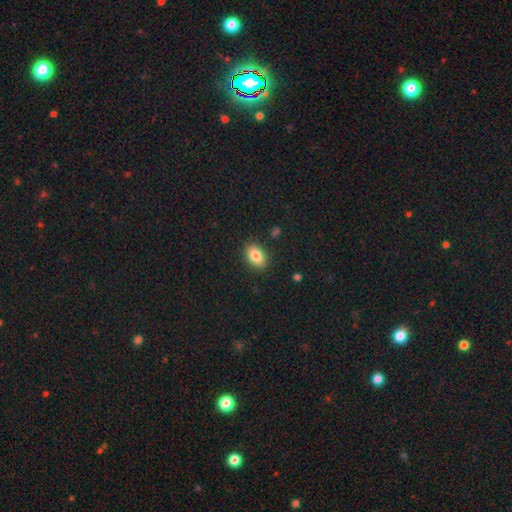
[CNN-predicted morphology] A smooth galaxy with no disk features (83%) that is in between round and cigar-shaped (85%).

Vote fractions:
- Smooth or featured? smooth: 83% / featured or disk: 9% / star or artifact: 8%
- How rounded? in between: 85% / round: 14% / cigar-shaped: 2%
- Merging? none: 88% / minor disturbance: 9% / major disturbance: 2% / merger: 1%